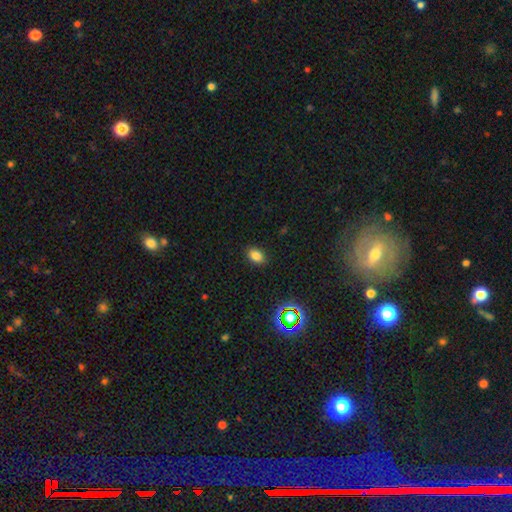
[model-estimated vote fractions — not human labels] Morphology: type=smooth (80%); roundness=in between (79%); merging=none (89%).